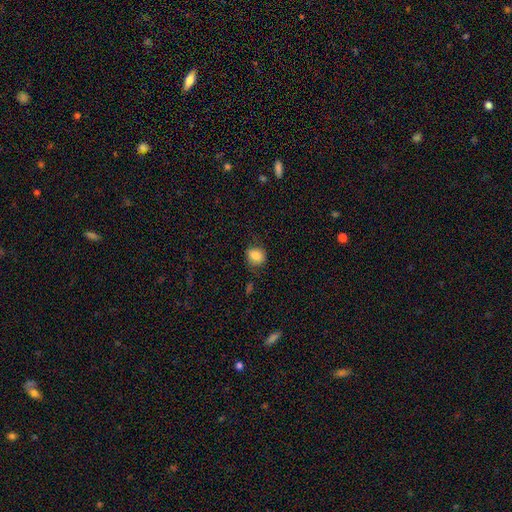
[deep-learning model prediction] Q: Smooth or featured?
A: smooth (84%); runner-up: star or artifact (9%)
Q: How rounded?
A: round (58%); runner-up: in between (41%)
Q: Merging?
A: none (71%); runner-up: minor disturbance (21%)